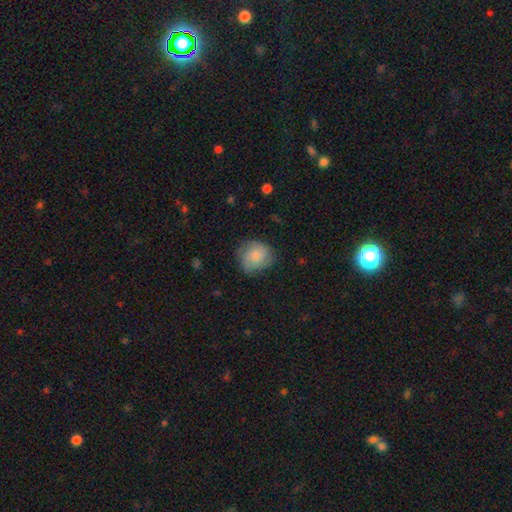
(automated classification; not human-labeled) smooth_or_featured: smooth (p=0.71) [alt: featured or disk p=0.22]
how_rounded: round (p=0.78) [alt: in between p=0.21]
merging: none (p=0.68) [alt: minor disturbance p=0.23]